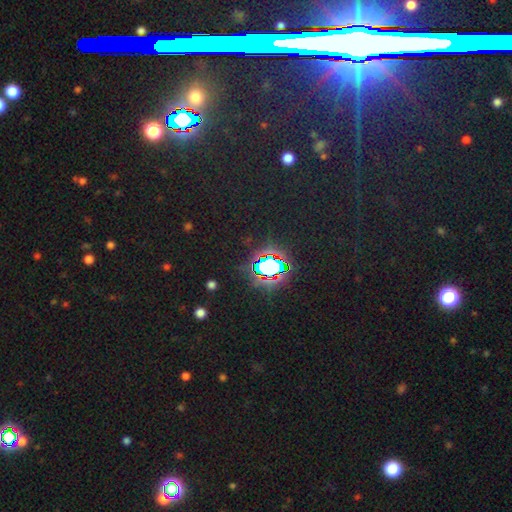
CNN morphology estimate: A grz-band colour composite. It shows a star or artifact, not a galaxy (82%).